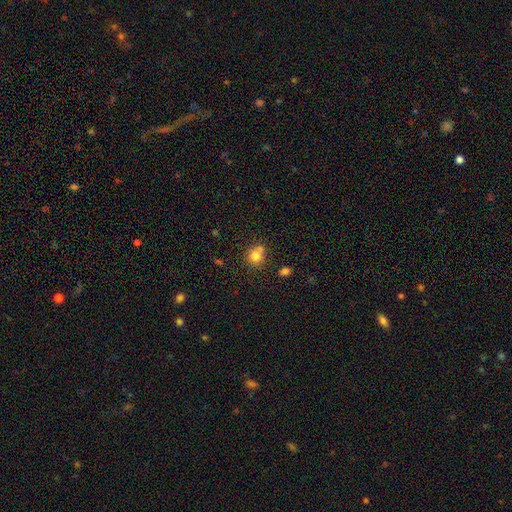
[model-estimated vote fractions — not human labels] This is likely a smooth galaxy (79%). How rounded: clearly round (82%). Merging: possibly none (58%).